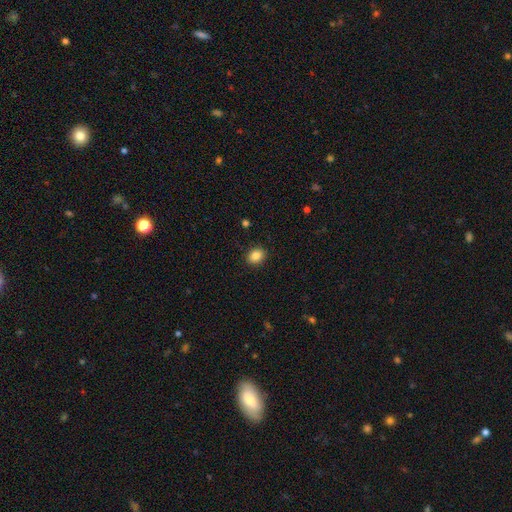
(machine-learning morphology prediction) This is clearly a smooth galaxy (86%). How rounded: possibly round (55%). Merging: clearly none (90%).